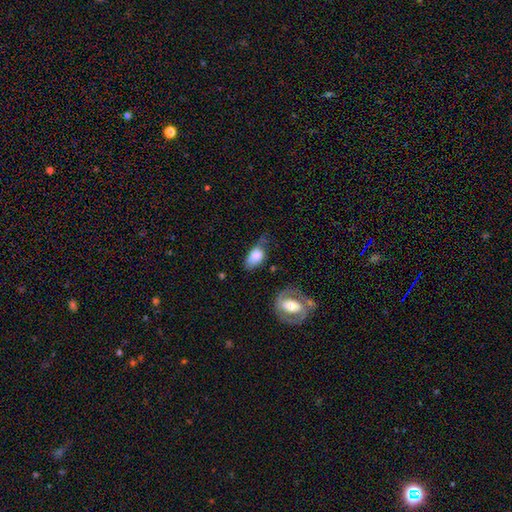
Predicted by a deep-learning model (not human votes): Overall: smooth (74%). How rounded: in between (90%). Merging: none (37%; minor disturbance 36%).